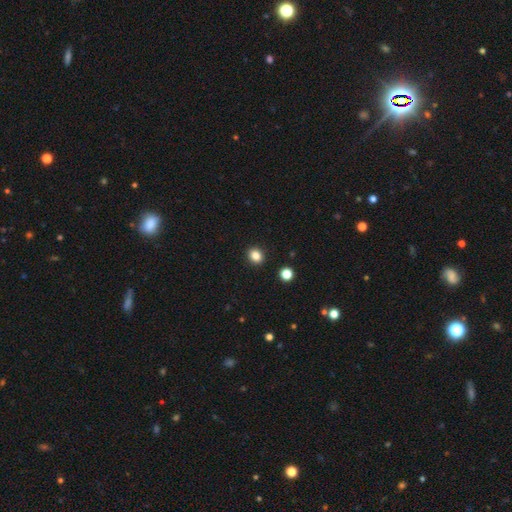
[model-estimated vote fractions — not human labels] A smooth galaxy with no disk features (84%) that is round (68%). Merging: none (92%).